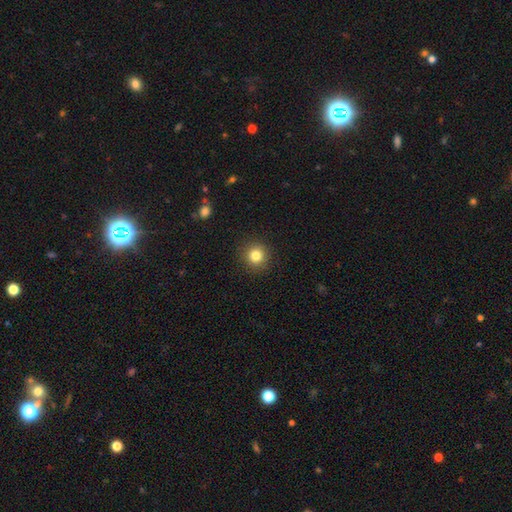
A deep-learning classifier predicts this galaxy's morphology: Q: Smooth or featured?
A: smooth (83%); runner-up: star or artifact (11%)
Q: How rounded?
A: round (94%); runner-up: in between (5%)
Q: Merging?
A: none (91%); runner-up: minor disturbance (6%)